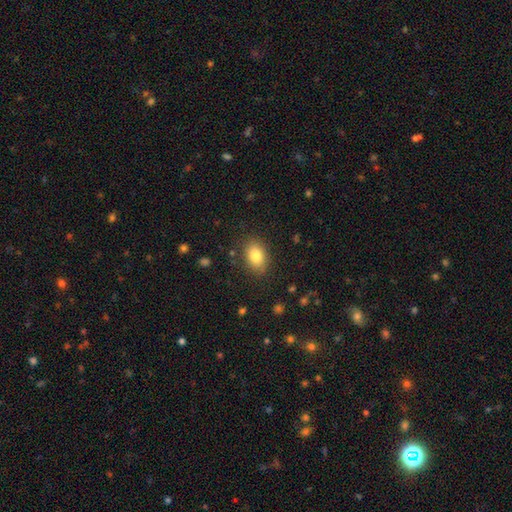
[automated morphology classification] This is clearly a smooth galaxy (82%). How rounded: clearly in between (81%). Merging: clearly none (85%).